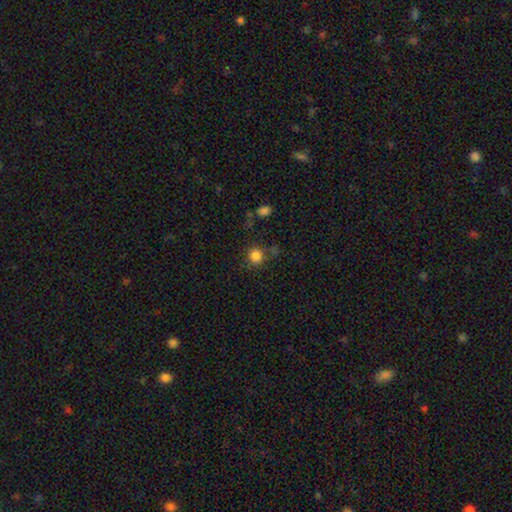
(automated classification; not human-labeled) Smooth or featured: smooth — 83% (star or artifact — 12%)
How rounded: round — 92% (in between — 7%)
Merging: none — 77% (minor disturbance — 11%)